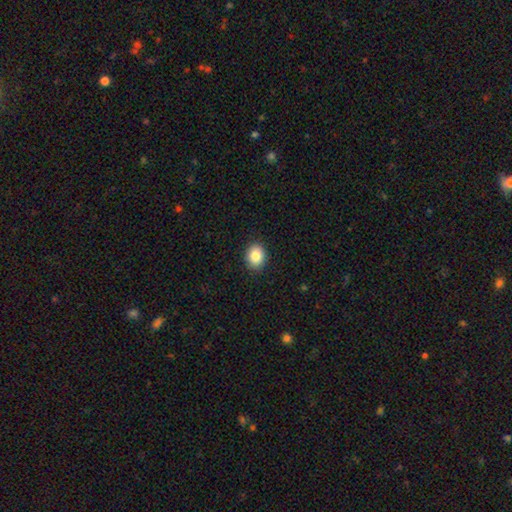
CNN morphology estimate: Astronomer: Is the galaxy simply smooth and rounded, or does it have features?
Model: smooth — 85%.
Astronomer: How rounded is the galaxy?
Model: in between — 51% (runner-up: round, 48%).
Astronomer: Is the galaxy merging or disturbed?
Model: none — 90%.